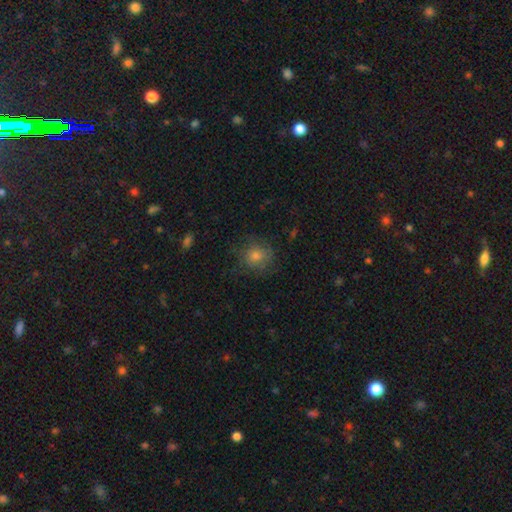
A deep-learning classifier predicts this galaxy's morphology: This is likely a smooth galaxy (70%). How rounded: clearly round (84%). Merging: likely none (75%).